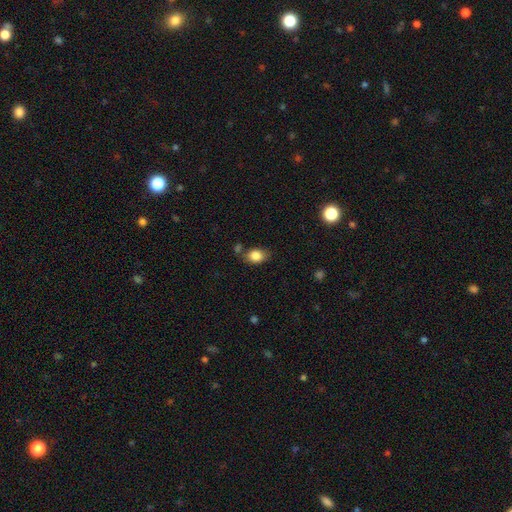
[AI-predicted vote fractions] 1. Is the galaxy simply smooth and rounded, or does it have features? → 84% smooth, 9% star or artifact, 7% featured or disk.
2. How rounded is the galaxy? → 70% in between, 28% round, 1% cigar-shaped.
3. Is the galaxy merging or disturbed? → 66% none, 20% minor disturbance, 9% merger, 5% major disturbance.